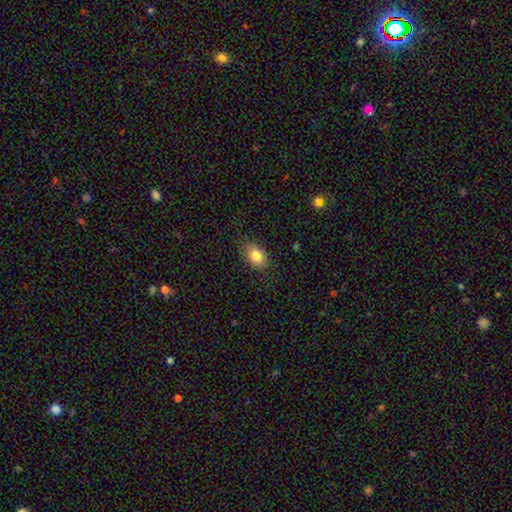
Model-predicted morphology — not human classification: This is clearly a smooth galaxy (81%). How rounded: likely in between (75%). Merging: clearly none (81%).